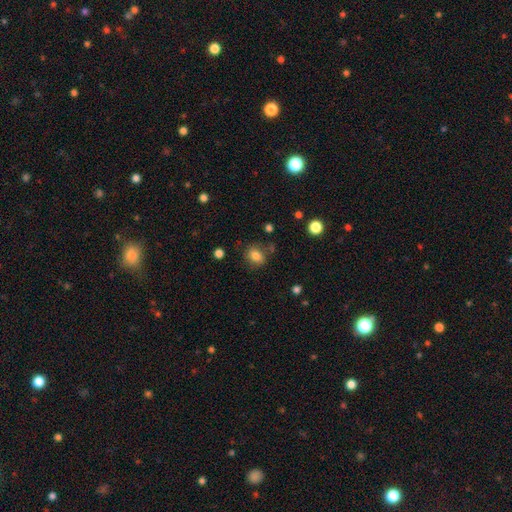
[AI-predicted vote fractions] This appears to be a smooth galaxy with no disk features (82%) that is round (51%). Merging: none (76%).